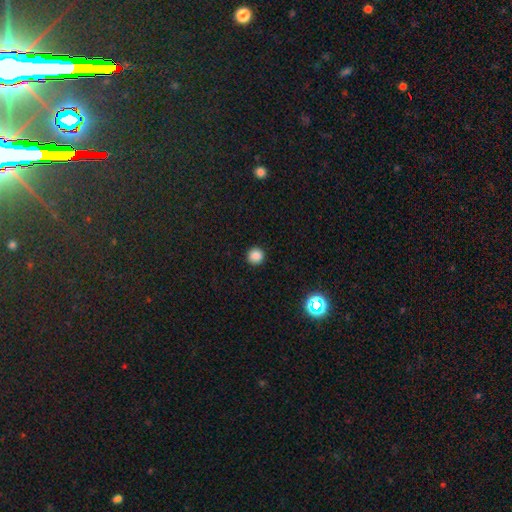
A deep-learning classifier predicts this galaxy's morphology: smooth-or-featured: smooth: 85% | star or artifact: 12% | featured or disk: 3%
  how-rounded: round: 95% | in between: 4% | cigar-shaped: 1%
  merging: none: 92% | minor disturbance: 5% | major disturbance: 2% | merger: 1%